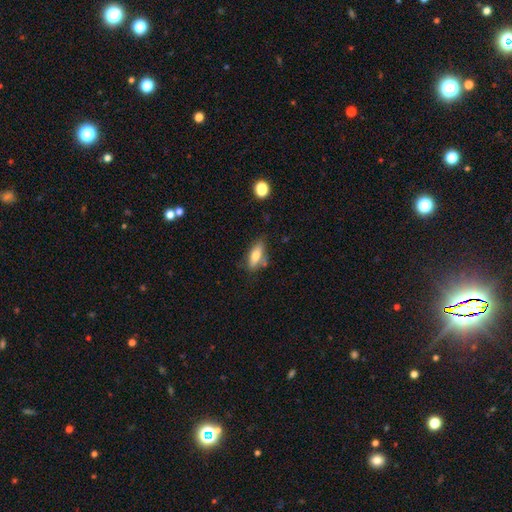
Q: Smooth or featured?
A: smooth (76%); runner-up: featured or disk (18%)
Q: How rounded?
A: in between (59%); runner-up: cigar-shaped (41%)
Q: Merging?
A: none (61%); runner-up: minor disturbance (31%)